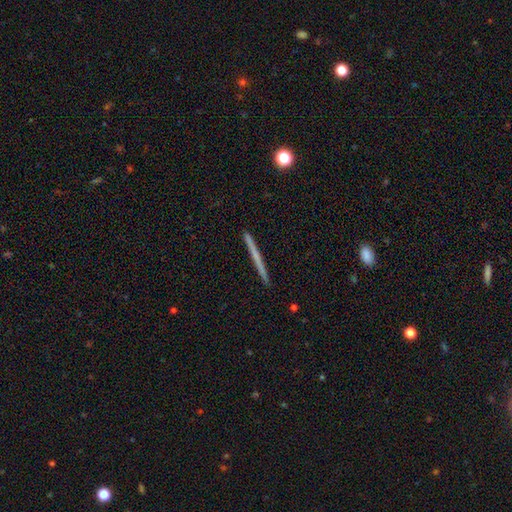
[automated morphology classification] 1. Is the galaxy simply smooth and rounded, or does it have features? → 50% featured or disk, 43% smooth, 6% star or artifact.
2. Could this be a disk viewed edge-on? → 98% yes, 2% no.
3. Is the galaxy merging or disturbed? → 92% none, 5% minor disturbance, 1% major disturbance, 1% merger.